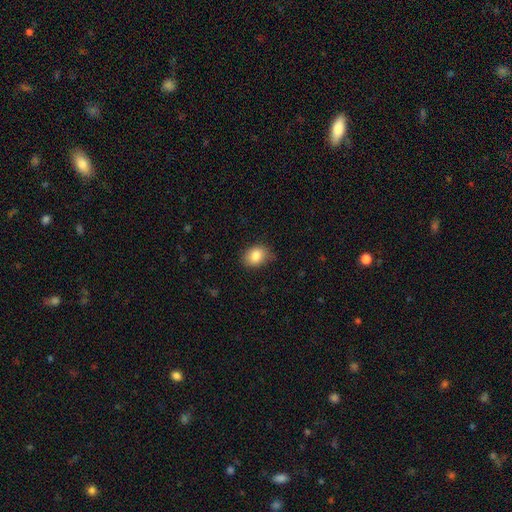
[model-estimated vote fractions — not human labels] The model was most divided on "how rounded": in between: 63%, round: 36%, cigar-shaped: 1%. More confident: smooth or featured — smooth (84%); merging — none (79%).